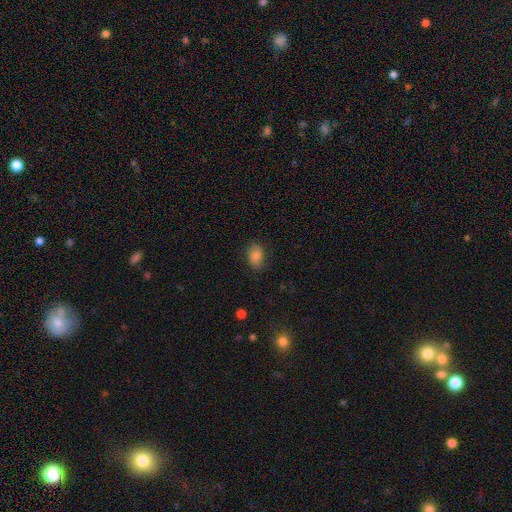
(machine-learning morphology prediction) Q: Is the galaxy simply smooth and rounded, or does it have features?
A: smooth — 82%.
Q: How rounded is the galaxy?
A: in between — 84%.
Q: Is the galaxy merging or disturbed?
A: none — 82%.